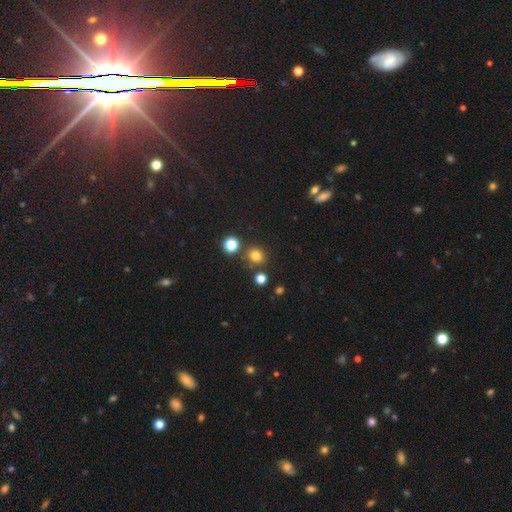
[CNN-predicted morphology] This is likely a smooth galaxy (77%). How rounded: clearly round (85%). Merging: likely none (80%).